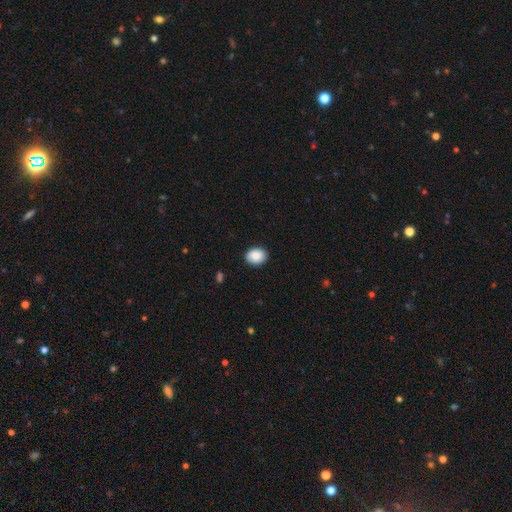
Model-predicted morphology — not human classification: Smooth or featured? Predicted: smooth (p=0.86). How rounded? Predicted: in between (p=0.52). Merging? Predicted: none (p=0.88).